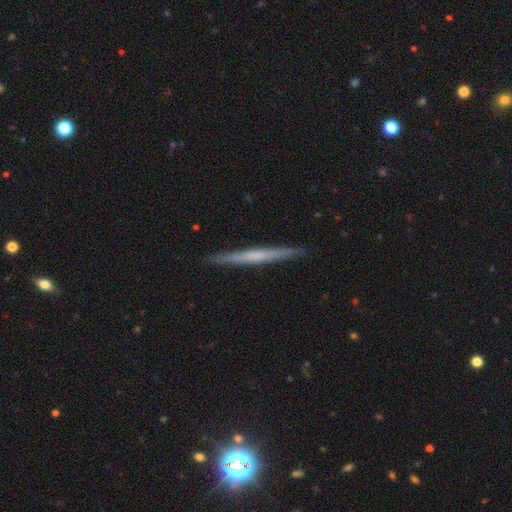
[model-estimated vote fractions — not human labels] A featured or disk galaxy (54%) viewed edge-on (98%) with no central bulge (78%).

Vote fractions:
- Smooth or featured? featured or disk: 54% / smooth: 41% / star or artifact: 6%
- Edge-on disk? yes: 98% / no: 2%
- Edge-on bulge? none: 78% / rounded: 15% / boxy: 7%
- Merging? none: 92% / minor disturbance: 6% / major disturbance: 1% / merger: 1%